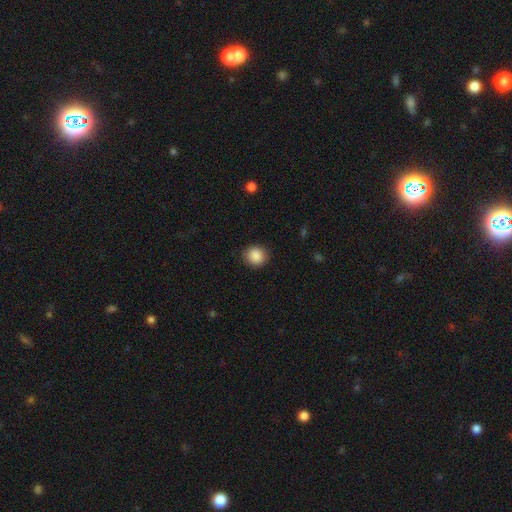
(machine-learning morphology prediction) Overall: smooth (88%). How rounded: round (87%). Merging: none (89%).